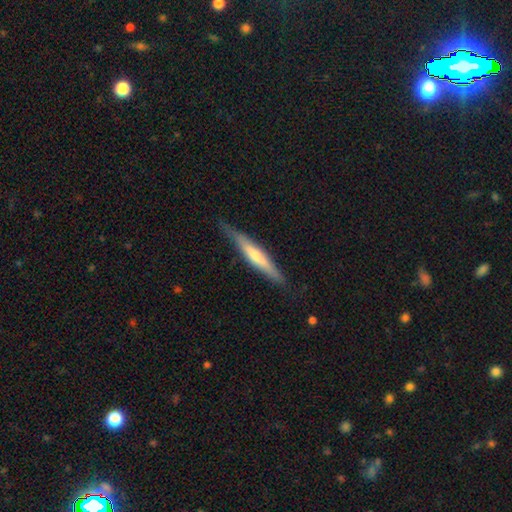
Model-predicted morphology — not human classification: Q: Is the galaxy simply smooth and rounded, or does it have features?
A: featured or disk — 60%.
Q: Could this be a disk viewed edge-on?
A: yes — 95%.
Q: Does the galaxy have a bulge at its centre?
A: rounded — 59%.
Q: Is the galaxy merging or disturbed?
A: none — 84%.